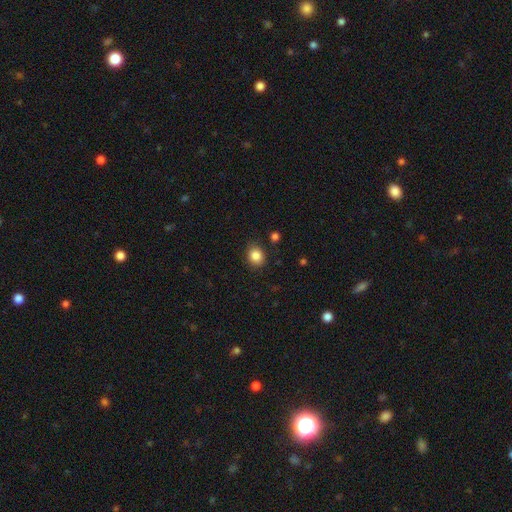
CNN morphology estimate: smooth-or-featured: smooth: 86% | star or artifact: 10% | featured or disk: 5%
  how-rounded: round: 65% | in between: 34% | cigar-shaped: 1%
  merging: none: 85% | minor disturbance: 10% | major disturbance: 3% | merger: 2%